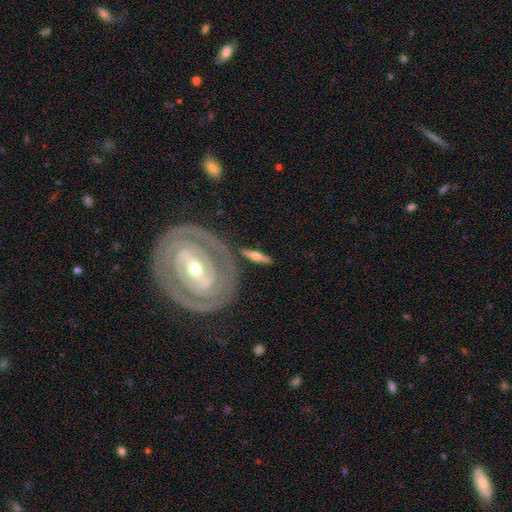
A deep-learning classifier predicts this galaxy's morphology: Smooth or featured? Predicted: featured or disk (p=0.55). Edge-on disk? Predicted: yes (p=0.62). Merging? Predicted: none (p=0.72).